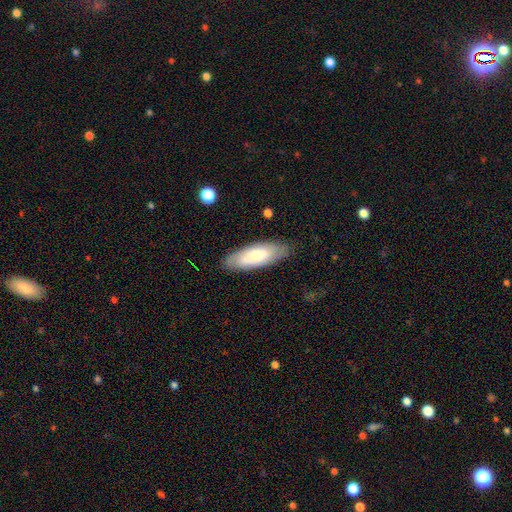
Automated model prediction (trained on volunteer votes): smooth_or_featured: smooth (p=0.66) [alt: featured or disk p=0.28]
how_rounded: in between (p=0.68) [alt: cigar-shaped p=0.30]
merging: none (p=0.84) [alt: minor disturbance p=0.12]